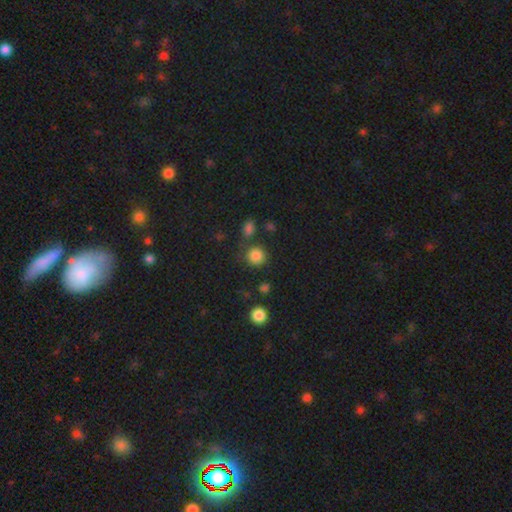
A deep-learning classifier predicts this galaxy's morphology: Smooth or featured?
  - smooth: 83% *
  - star or artifact: 12%
  - featured or disk: 5%
How rounded?
  - round: 90% *
  - in between: 9%
  - cigar-shaped: 1%
Merging?
  - none: 76% *
  - minor disturbance: 11%
  - merger: 9%
  - major disturbance: 5%